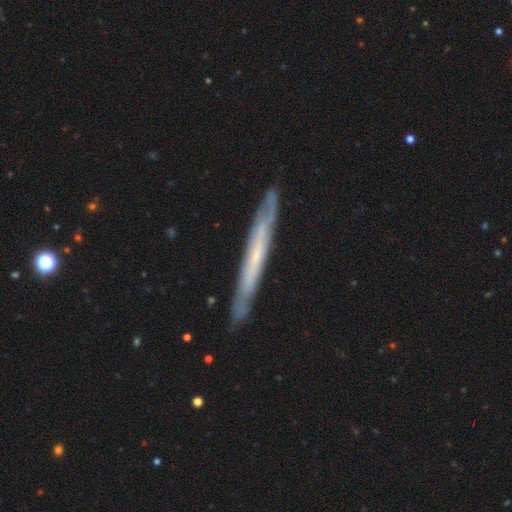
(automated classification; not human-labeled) This is likely a featured or disk galaxy (64%). It is clearly viewed edge-on (86%). Edge-on bulge: clearly none (81%). Merging: clearly none (86%).